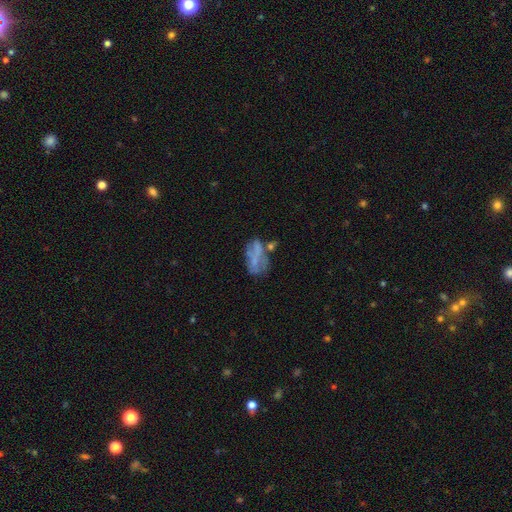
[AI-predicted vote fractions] Overall: featured or disk (49%; smooth 37%). Merging: none (35%; major disturbance 24%).